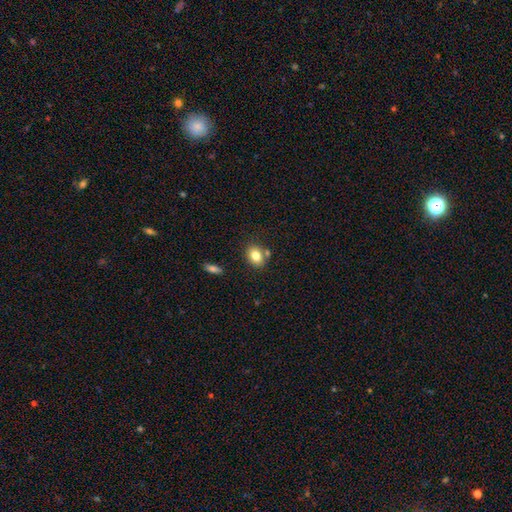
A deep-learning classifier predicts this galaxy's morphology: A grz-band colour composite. It shows a smooth galaxy with no disk features (80%) that is in between round and cigar-shaped (62%). Merging: none (72%).